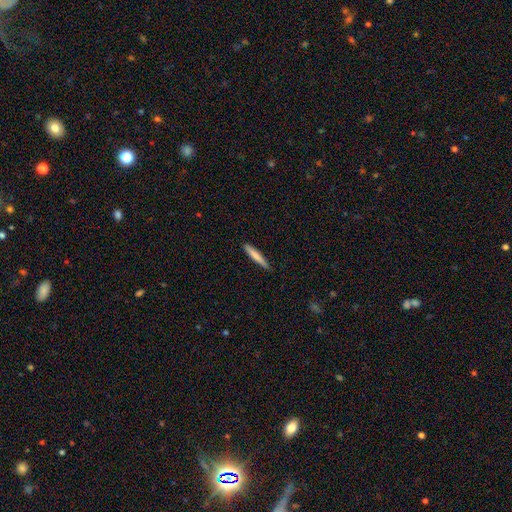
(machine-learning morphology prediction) This is likely a smooth galaxy (74%). How rounded: clearly cigar-shaped (94%). Merging: clearly none (89%).